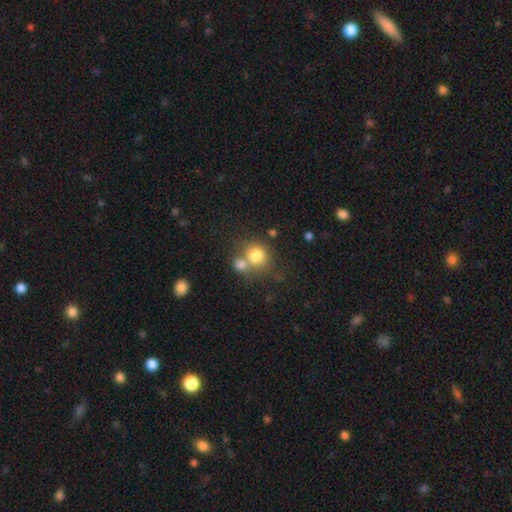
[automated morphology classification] This appears to be a smooth galaxy with no disk features (79%) that is round (84%). Merging: none (48%).